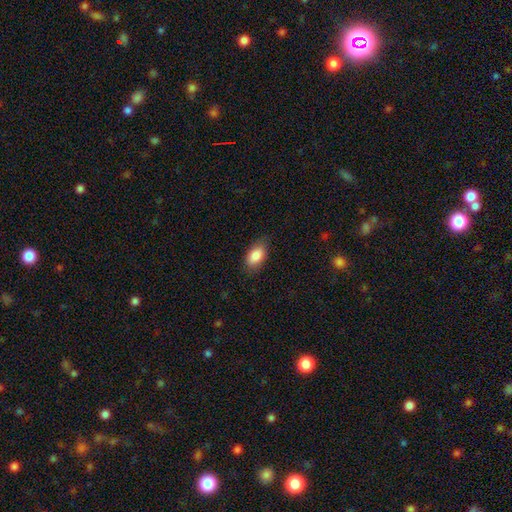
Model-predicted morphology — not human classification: Overall: smooth (86%). How rounded: in between (91%). Merging: none (79%).